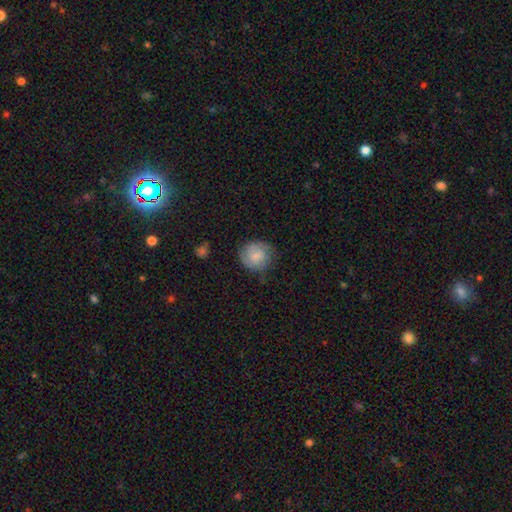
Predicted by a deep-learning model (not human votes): smooth_or_featured: smooth (p=0.63) [alt: featured or disk p=0.29]
how_rounded: round (p=0.84) [alt: in between p=0.15]
merging: none (p=0.67) [alt: minor disturbance p=0.24]